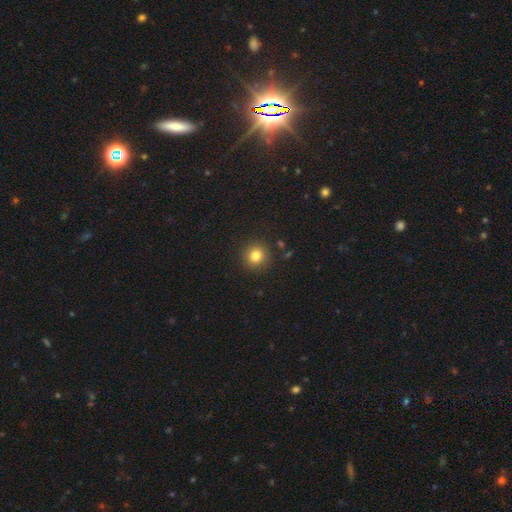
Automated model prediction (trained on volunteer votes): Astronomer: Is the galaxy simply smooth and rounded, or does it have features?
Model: smooth — 82%.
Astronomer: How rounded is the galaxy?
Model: round — 93%.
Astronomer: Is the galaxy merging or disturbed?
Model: none — 90%.